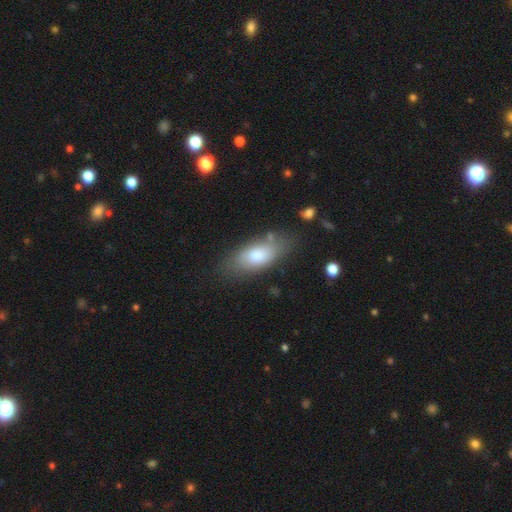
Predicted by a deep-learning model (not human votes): smooth_or_featured: smooth (p=0.73) [alt: featured or disk p=0.20]
how_rounded: in between (p=0.79) [alt: cigar-shaped p=0.18]
merging: none (p=0.78) [alt: minor disturbance p=0.15]